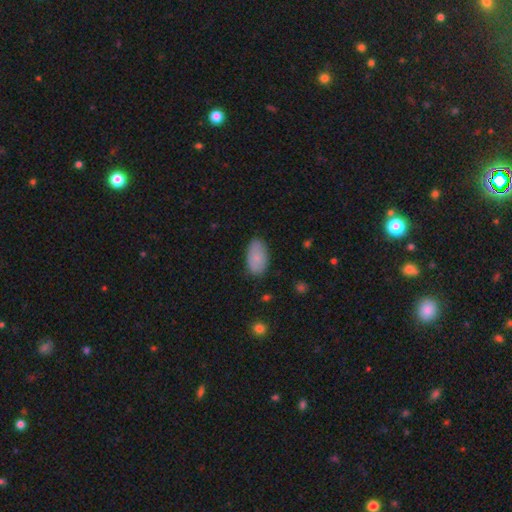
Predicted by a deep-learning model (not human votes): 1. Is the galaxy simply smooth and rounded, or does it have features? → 82% smooth, 11% featured or disk, 7% star or artifact.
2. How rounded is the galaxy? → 94% in between, 4% round, 2% cigar-shaped.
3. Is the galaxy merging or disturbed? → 79% none, 17% minor disturbance, 3% major disturbance, 1% merger.